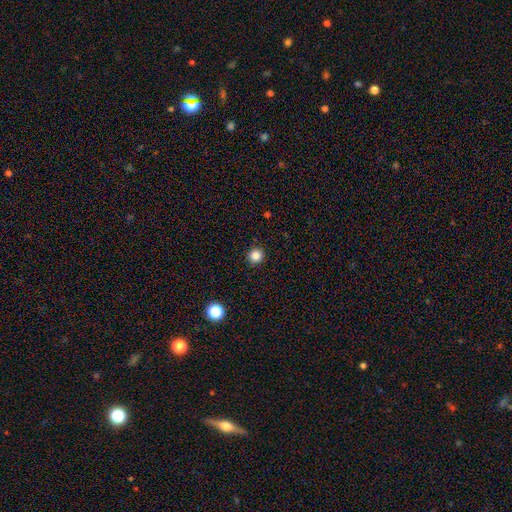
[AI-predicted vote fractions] Morphology: type=smooth (84%); roundness=round (94%); merging=none (93%).